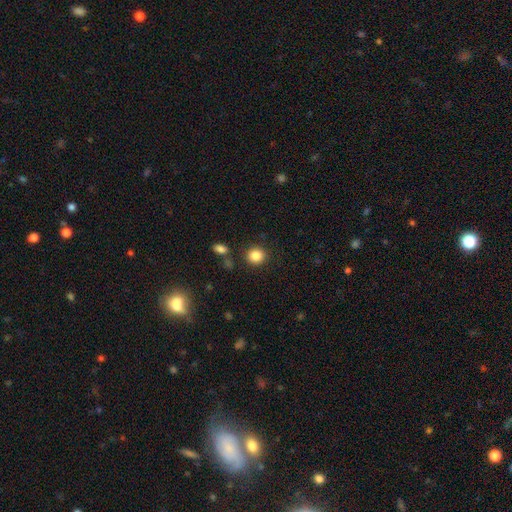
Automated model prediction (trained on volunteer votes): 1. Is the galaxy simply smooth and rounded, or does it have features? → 85% smooth, 10% star or artifact, 5% featured or disk.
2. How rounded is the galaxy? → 82% round, 17% in between, 1% cigar-shaped.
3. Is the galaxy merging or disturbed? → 86% none, 7% minor disturbance, 4% merger, 3% major disturbance.